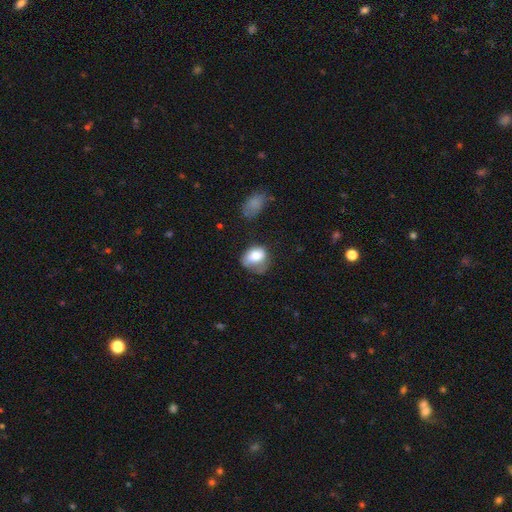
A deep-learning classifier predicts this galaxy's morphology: smooth-or-featured: smooth: 72% | featured or disk: 20% | star or artifact: 8%
  how-rounded: in between: 60% | round: 39% | cigar-shaped: 1%
  merging: minor disturbance: 35% | none: 33% | major disturbance: 27% | merger: 4%